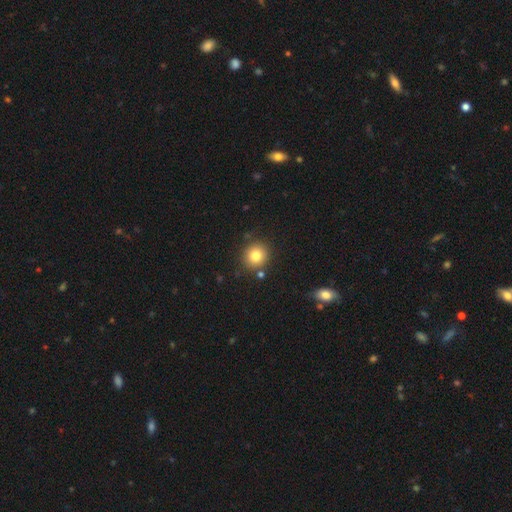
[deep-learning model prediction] Smooth or featured? smooth (81%)
How rounded? round (89%)
Merging? none (85%)